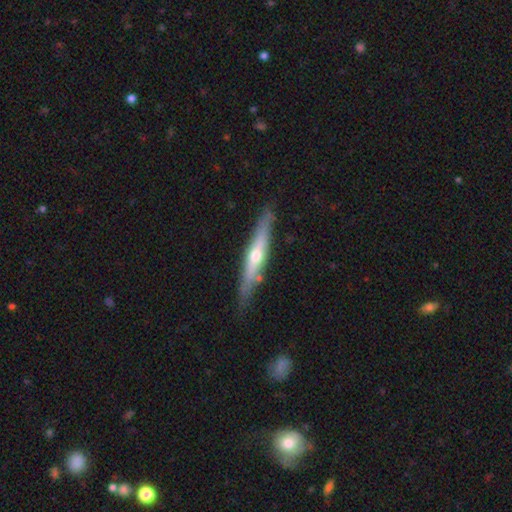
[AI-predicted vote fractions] The model was most divided on "smooth or featured": featured or disk: 64%, smooth: 30%, star or artifact: 5%. More confident: edge-on disk — yes (93%); edge-on bulge — rounded (85%); merging — none (83%).